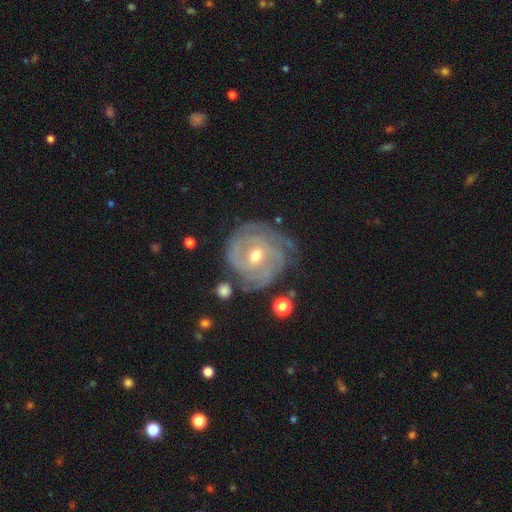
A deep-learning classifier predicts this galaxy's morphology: Smooth or featured? Predicted: featured or disk (p=0.87). Edge-on disk? Predicted: no (p=0.97). Bar? Predicted: no (p=0.52). Spiral arms? Predicted: yes (p=0.95). Spiral winding? Predicted: tight (p=0.77). Spiral arm count? Predicted: 3 (p=0.29, tied with can't tell). Bulge size? Predicted: moderate (p=0.61). Merging? Predicted: none (p=0.69).